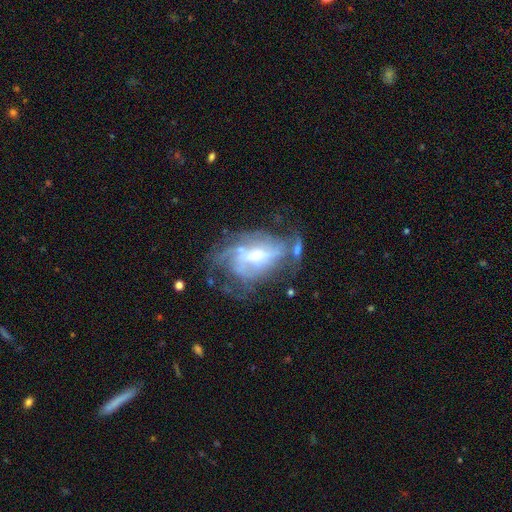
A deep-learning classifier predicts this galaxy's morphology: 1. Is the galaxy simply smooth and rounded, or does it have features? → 74% featured or disk, 17% smooth, 9% star or artifact.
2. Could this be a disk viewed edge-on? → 94% no, 6% yes.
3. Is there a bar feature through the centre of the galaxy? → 54% no, 33% weak, 12% strong.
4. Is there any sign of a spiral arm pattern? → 66% yes, 34% no.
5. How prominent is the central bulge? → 52% small, 38% moderate, 5% large, 4% none, 1% dominant.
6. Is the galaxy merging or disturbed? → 37% none, 30% major disturbance, 21% minor disturbance, 13% merger.